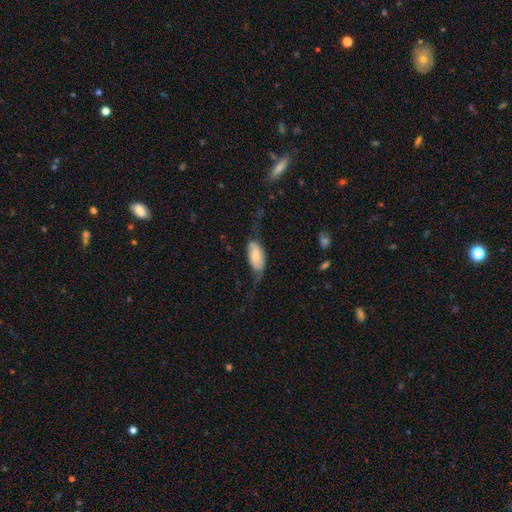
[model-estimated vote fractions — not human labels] This appears to be a smooth galaxy with no disk features (60%) that is in between round and cigar-shaped (90%). Merging: none (37%).